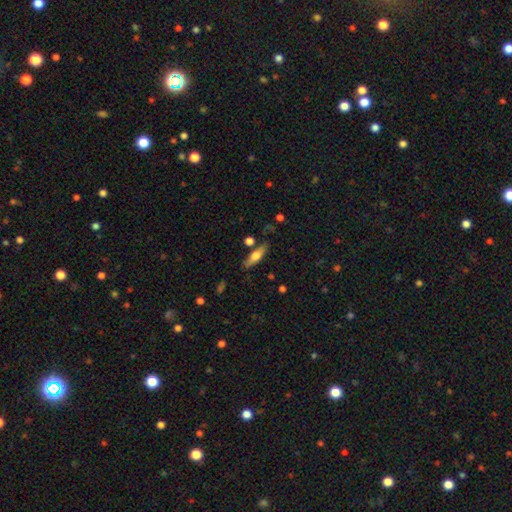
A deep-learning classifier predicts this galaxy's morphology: Smooth or featured? smooth (61%)
How rounded? cigar-shaped (51%)
Merging? none (73%)